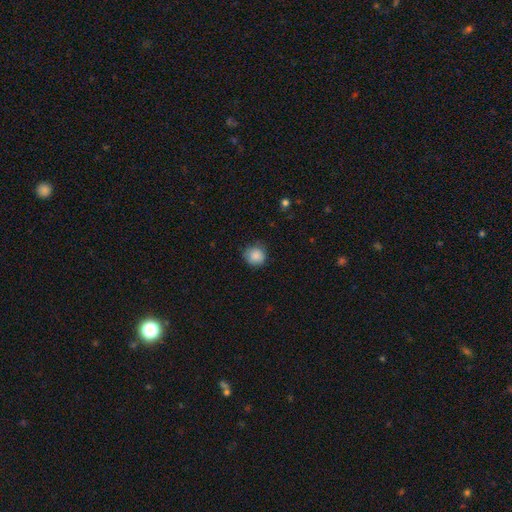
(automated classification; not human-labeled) A smooth galaxy with no disk features (87%) that is round (90%).

Vote fractions:
- Smooth or featured? smooth: 87% / star or artifact: 9% / featured or disk: 4%
- How rounded? round: 90% / in between: 9% / cigar-shaped: 1%
- Merging? none: 78% / minor disturbance: 18% / major disturbance: 3% / merger: 1%